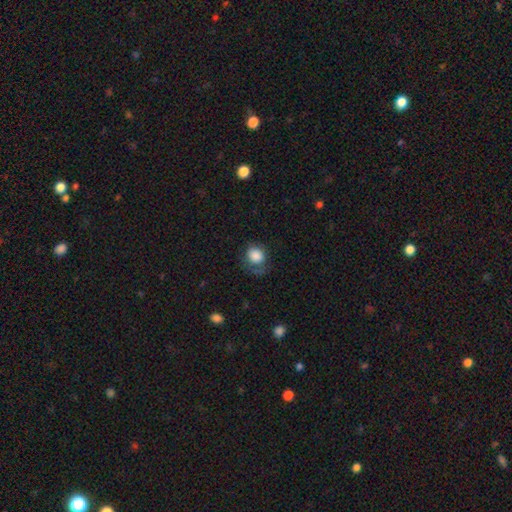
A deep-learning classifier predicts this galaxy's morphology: smooth-or-featured: smooth: 83% | featured or disk: 9% | star or artifact: 8%
  how-rounded: round: 66% | in between: 33% | cigar-shaped: 1%
  merging: none: 52% | minor disturbance: 25% | major disturbance: 21% | merger: 2%